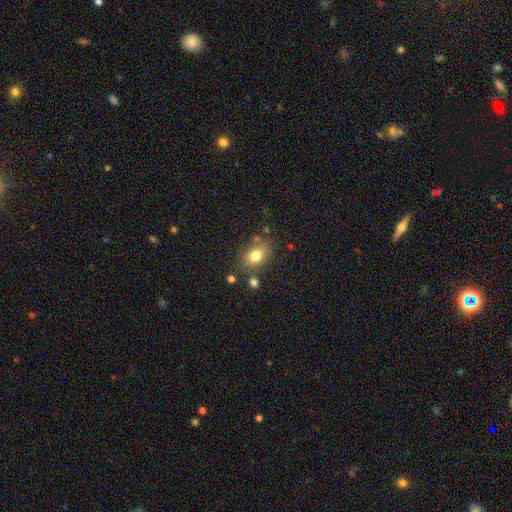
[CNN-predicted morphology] smooth 77%, featured or disk 12%, star or artifact 11%. Down the decision tree: how rounded — in between (67%); merging — none (74%).